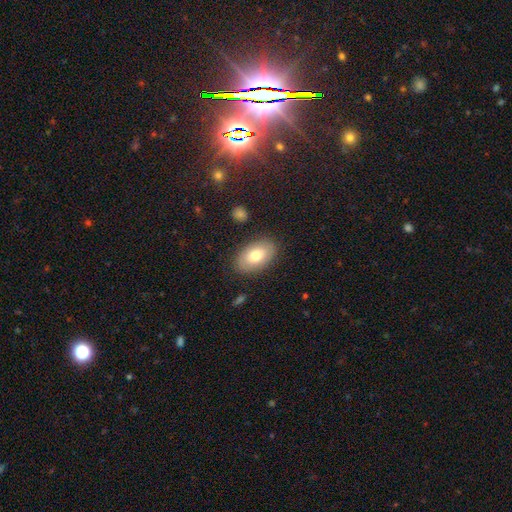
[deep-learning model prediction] This appears to be a smooth galaxy with no disk features (72%) that is in between round and cigar-shaped (92%). Merging: none (85%).